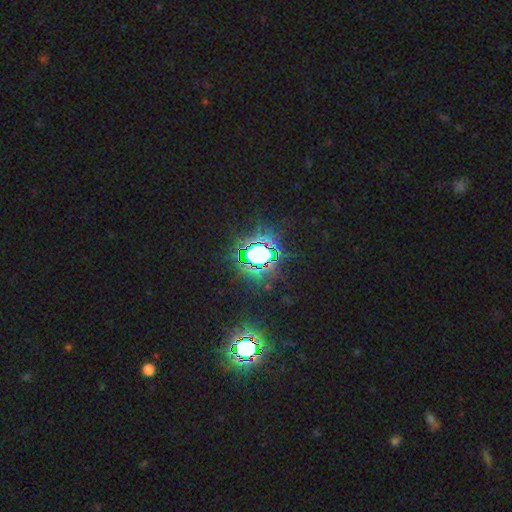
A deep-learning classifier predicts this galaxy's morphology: Smooth or featured? Predicted: star or artifact (p=0.76).